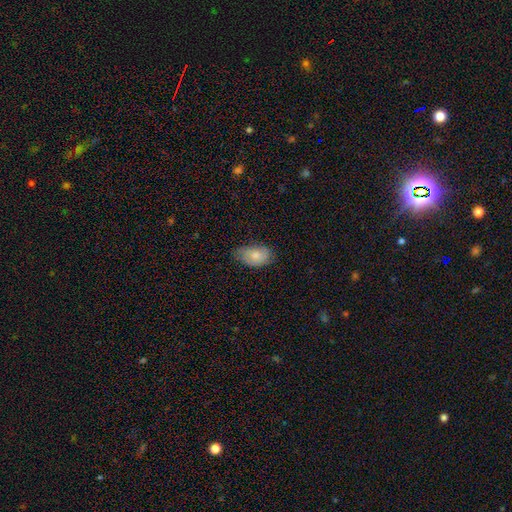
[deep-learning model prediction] A smooth galaxy with no disk features (77%) that is in between round and cigar-shaped (92%). Merging: none (61%).